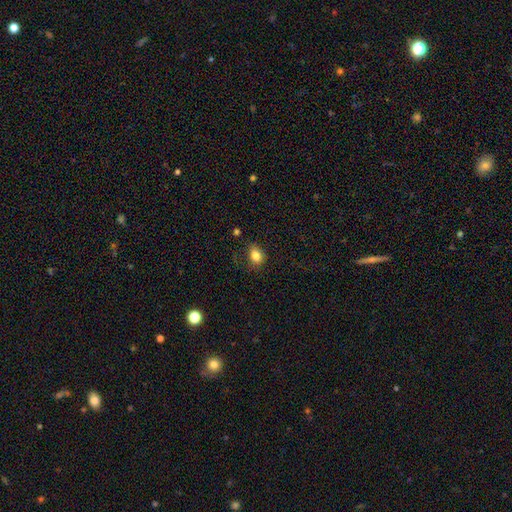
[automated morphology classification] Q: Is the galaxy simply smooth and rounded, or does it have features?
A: smooth — 83%.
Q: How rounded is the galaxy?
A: in between — 67%.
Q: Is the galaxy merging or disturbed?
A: none — 72%.